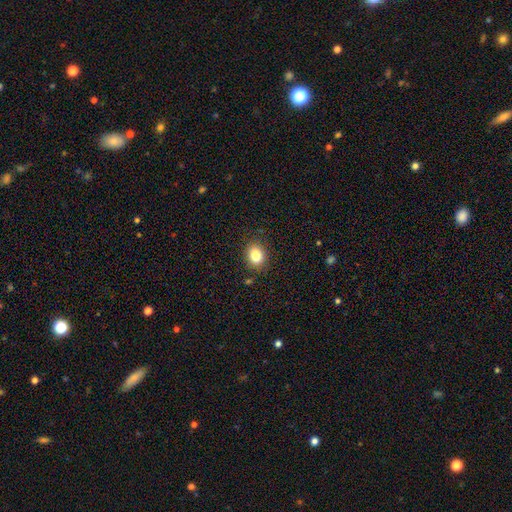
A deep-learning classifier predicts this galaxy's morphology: This is clearly a smooth galaxy (85%). How rounded: possibly in between (52%). Merging: clearly none (86%).